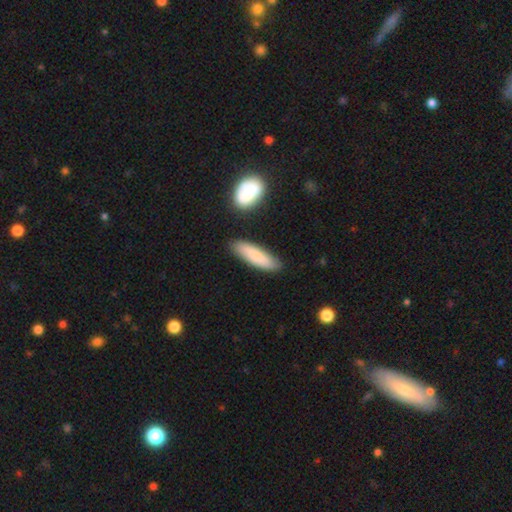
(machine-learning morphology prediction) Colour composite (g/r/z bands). It shows a smooth galaxy with no disk features (80%) that is cigar-shaped (67%). Merging: none (81%).